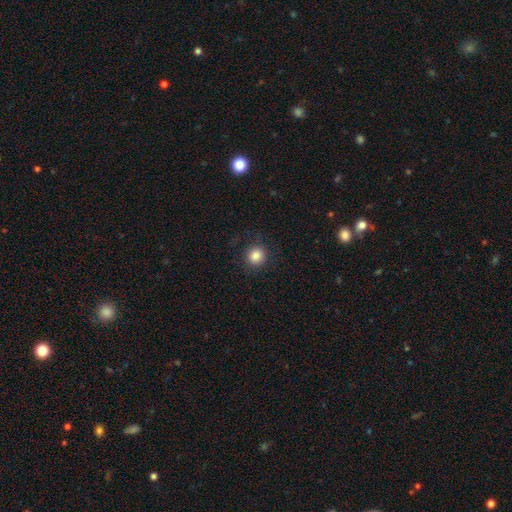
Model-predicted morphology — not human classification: Smooth or featured: smooth — 85% (star or artifact — 10%)
How rounded: round — 91% (in between — 8%)
Merging: none — 89% (minor disturbance — 7%)